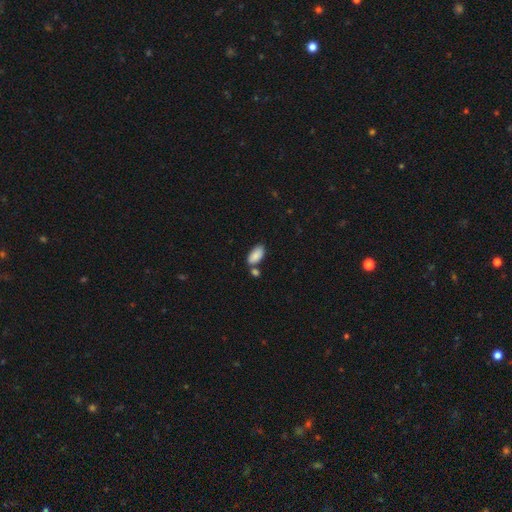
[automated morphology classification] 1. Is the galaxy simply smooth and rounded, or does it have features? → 87% smooth, 7% star or artifact, 7% featured or disk.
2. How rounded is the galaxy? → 94% in between, 3% cigar-shaped, 2% round.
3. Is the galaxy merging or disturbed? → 62% none, 21% merger, 13% minor disturbance, 3% major disturbance.